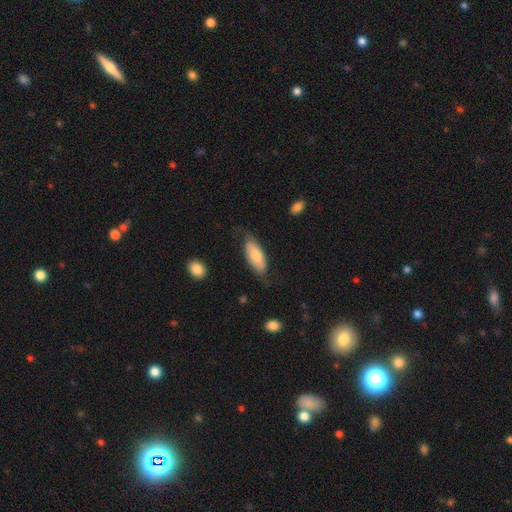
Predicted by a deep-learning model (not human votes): smooth-or-featured: smooth: 72% | featured or disk: 22% | star or artifact: 6%
  how-rounded: in between: 81% | cigar-shaped: 17% | round: 2%
  merging: none: 59% | minor disturbance: 29% | major disturbance: 10% | merger: 2%